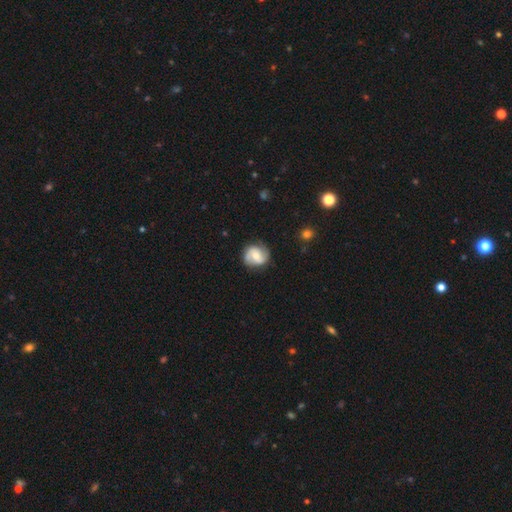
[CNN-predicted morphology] smooth_or_featured: featured or disk (p=0.68) [alt: smooth p=0.26]
disk_edge_on: no (p=0.98) [alt: yes p=0.02]
bar: no (p=0.47) [alt: weak p=0.40]
has_spiral_arms: yes (p=0.92) [alt: no p=0.08]
spiral_winding: medium (p=0.46) [alt: loose p=0.29]
spiral_arm_count: 2 (p=0.89) [alt: can't tell p=0.05]
bulge_size: moderate (p=0.57) [alt: small p=0.34]
merging: none (p=0.81) [alt: minor disturbance p=0.14]